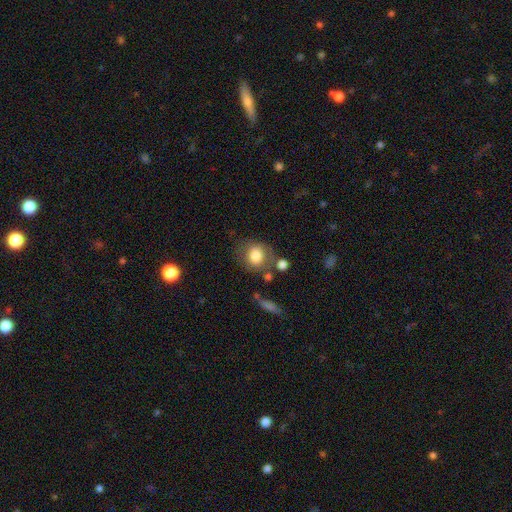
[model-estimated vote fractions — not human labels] A smooth galaxy with no disk features (79%) that is round (72%). Merging: none (63%).